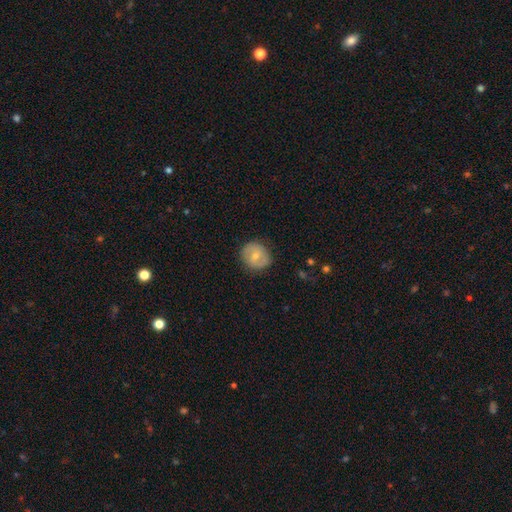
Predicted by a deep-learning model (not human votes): smooth_or_featured: smooth (p=0.50) [alt: featured or disk p=0.43]
how_rounded: round (p=0.82) [alt: in between p=0.17]
merging: none (p=0.84) [alt: minor disturbance p=0.12]